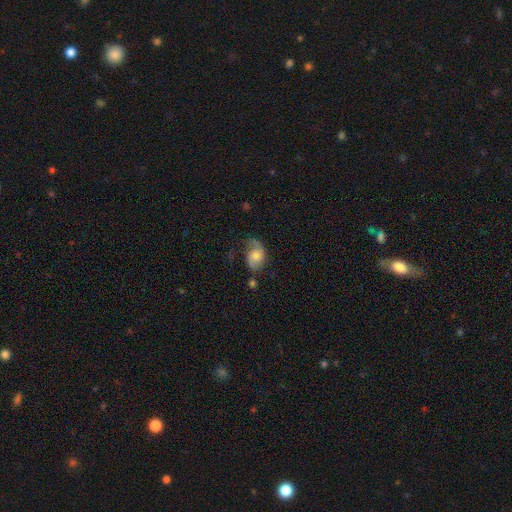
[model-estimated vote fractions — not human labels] This is possibly a featured or disk galaxy (60%). It is clearly not viewed edge-on (97%). Bar: likely no (70%). Spiral arm pattern: clearly yes (88%). Spiral arm count: likely 2 (73%). Spiral winding: possibly loose (45%). Central bulge: possibly moderate (46%). Merging: possibly none (50%).